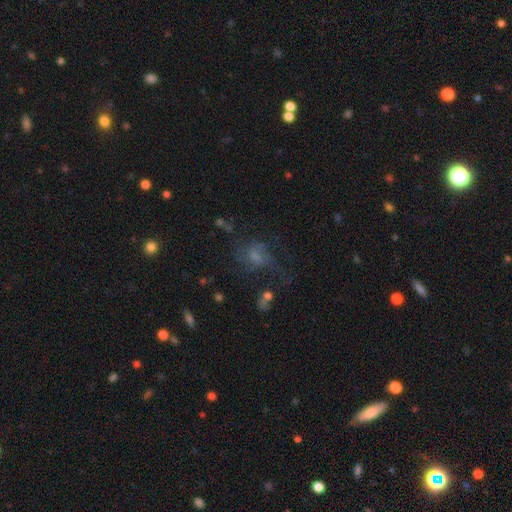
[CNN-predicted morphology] A featured or disk galaxy (39%, tied with smooth).

Vote fractions:
- Smooth or featured? featured or disk: 39% (tied) / smooth: 39% (tied) / star or artifact: 21%
- Merging? none: 43% / major disturbance: 32% / minor disturbance: 19% / merger: 6%